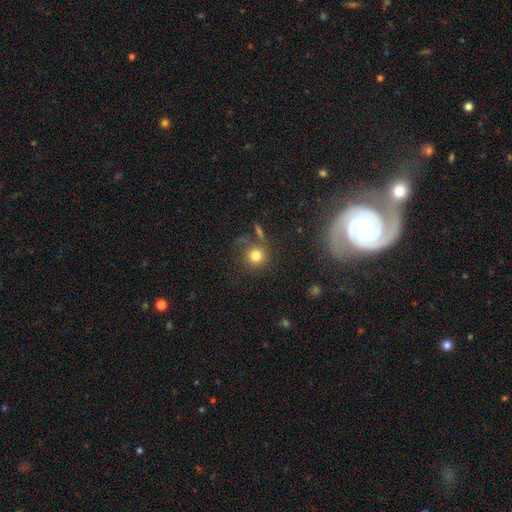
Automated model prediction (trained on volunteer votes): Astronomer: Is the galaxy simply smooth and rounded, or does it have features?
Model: smooth — 77%.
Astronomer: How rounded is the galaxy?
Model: round — 91%.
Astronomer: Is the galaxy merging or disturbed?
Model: none — 68%.